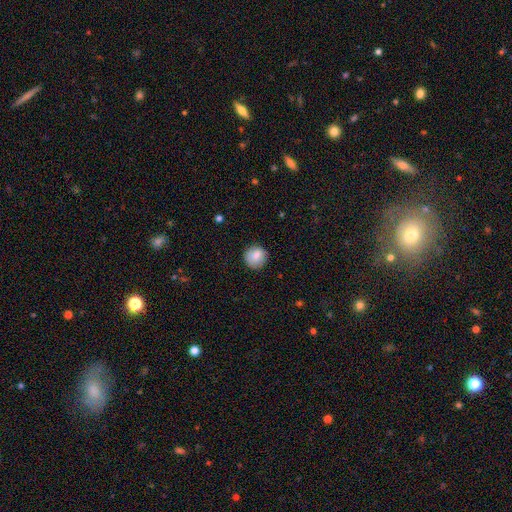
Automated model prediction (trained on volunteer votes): The model was most divided on "merging": none: 84%, minor disturbance: 13%, major disturbance: 3%, merger: 1%. More confident: how rounded — round (91%); smooth or featured — smooth (84%).